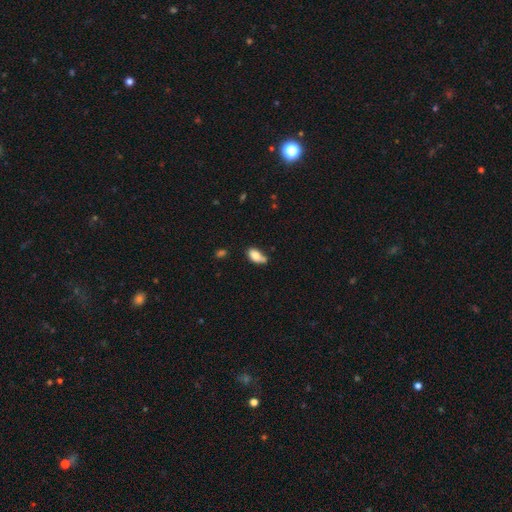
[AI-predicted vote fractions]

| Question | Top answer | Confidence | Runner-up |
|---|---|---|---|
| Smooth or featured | smooth | 80% | featured or disk (12%) |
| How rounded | in between | 90% | round (5%) |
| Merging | none | 42% | minor disturbance (33%) |